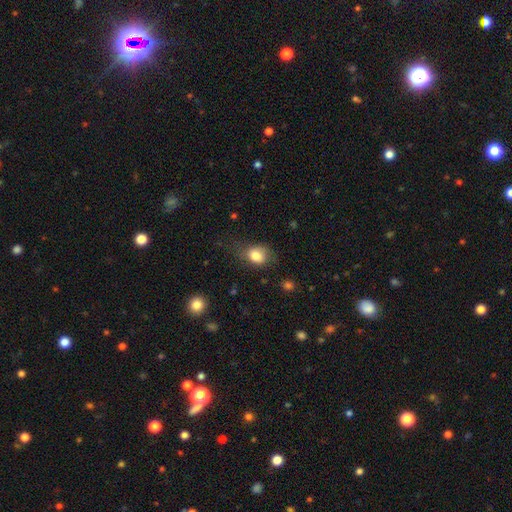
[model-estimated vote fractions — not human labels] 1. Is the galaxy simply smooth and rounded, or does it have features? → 80% smooth, 10% featured or disk, 10% star or artifact.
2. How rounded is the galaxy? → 53% in between, 46% round, 1% cigar-shaped.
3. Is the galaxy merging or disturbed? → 55% none, 29% minor disturbance, 14% major disturbance, 2% merger.